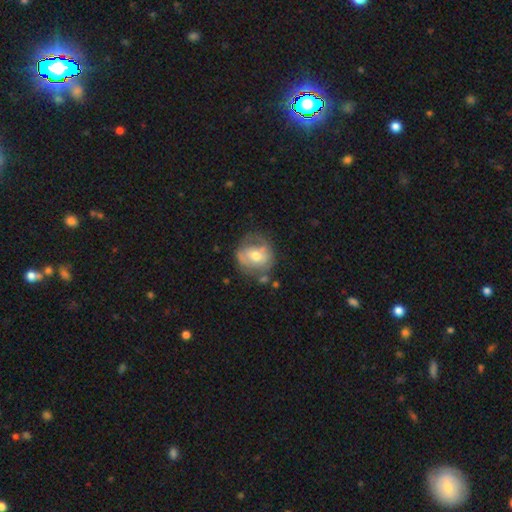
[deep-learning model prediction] A featured or disk galaxy (48%). Merging: none (53%).